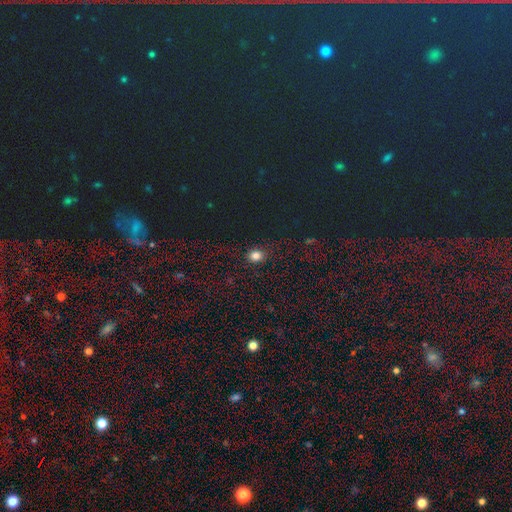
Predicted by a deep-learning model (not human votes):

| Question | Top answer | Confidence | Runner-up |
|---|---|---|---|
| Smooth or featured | smooth | 77% | star or artifact (17%) |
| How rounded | round | 56% | in between (43%) |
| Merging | none | 85% | minor disturbance (10%) |